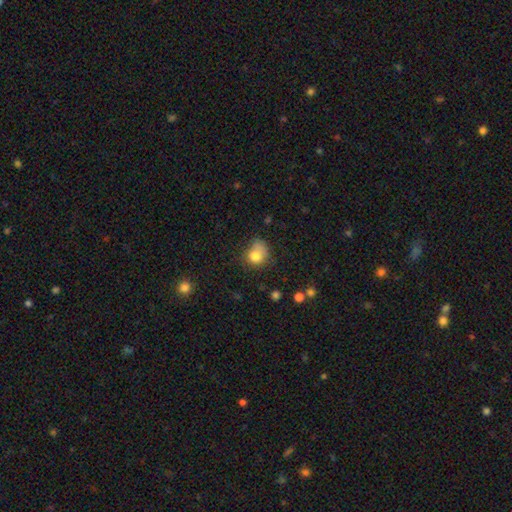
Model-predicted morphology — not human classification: smooth-or-featured: smooth: 76% | featured or disk: 14% | star or artifact: 10%
  how-rounded: round: 69% | in between: 30% | cigar-shaped: 1%
  merging: none: 43% | minor disturbance: 30% | major disturbance: 20% | merger: 8%